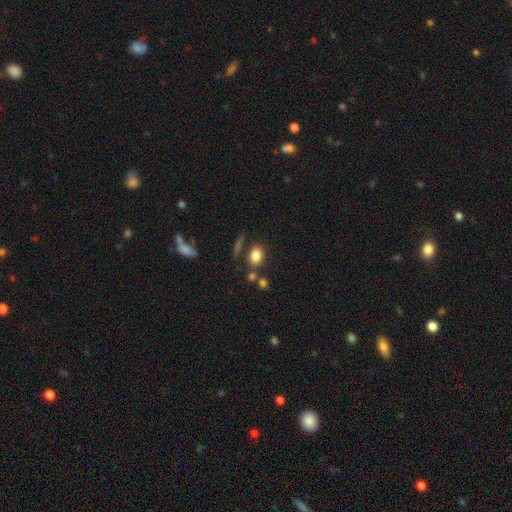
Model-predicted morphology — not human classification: smooth_or_featured: smooth (p=0.82) [alt: star or artifact p=0.10]
how_rounded: in between (p=0.72) [alt: round p=0.26]
merging: none (p=0.69) [alt: merger p=0.13]